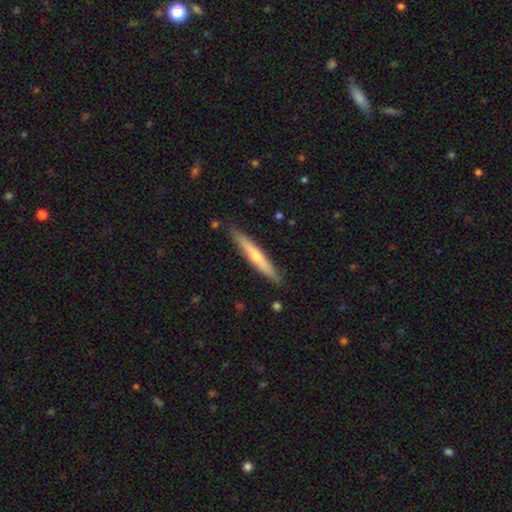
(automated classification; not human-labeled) smooth_or_featured: featured or disk (p=0.57) [alt: smooth p=0.37]
disk_edge_on: yes (p=0.95) [alt: no p=0.05]
edge_on_bulge: rounded (p=0.75) [alt: none p=0.22]
merging: none (p=0.89) [alt: minor disturbance p=0.08]